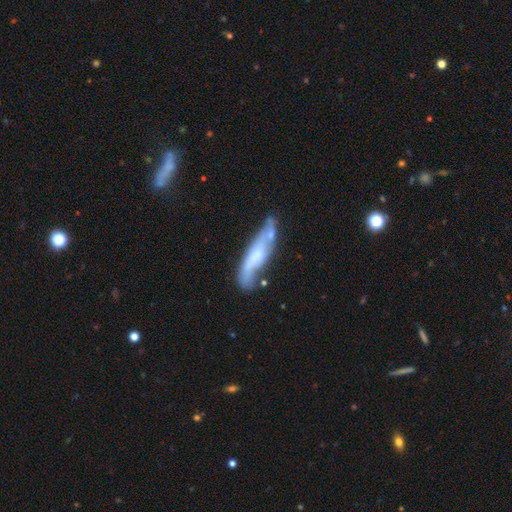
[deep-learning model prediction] Smooth or featured?
  - featured or disk: 57% *
  - smooth: 36%
  - star or artifact: 7%
Edge-on disk?
  - no: 50% * (tied)
  - yes: 50% * (tied)
Merging?
  - none: 59% *
  - minor disturbance: 25%
  - merger: 9%
  - major disturbance: 8%